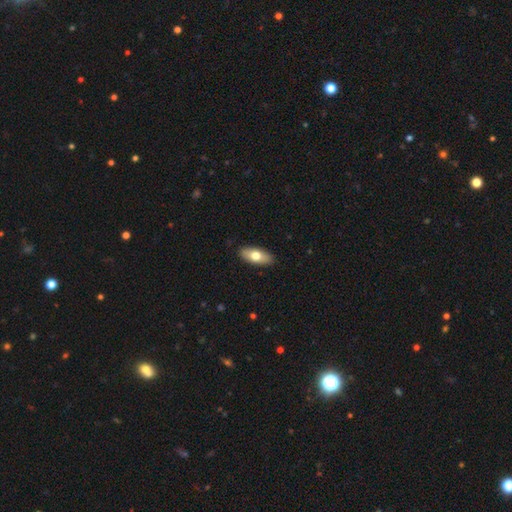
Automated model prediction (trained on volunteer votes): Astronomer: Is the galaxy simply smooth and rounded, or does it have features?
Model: smooth — 70%.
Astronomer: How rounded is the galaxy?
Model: in between — 85%.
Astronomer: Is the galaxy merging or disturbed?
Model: none — 89%.